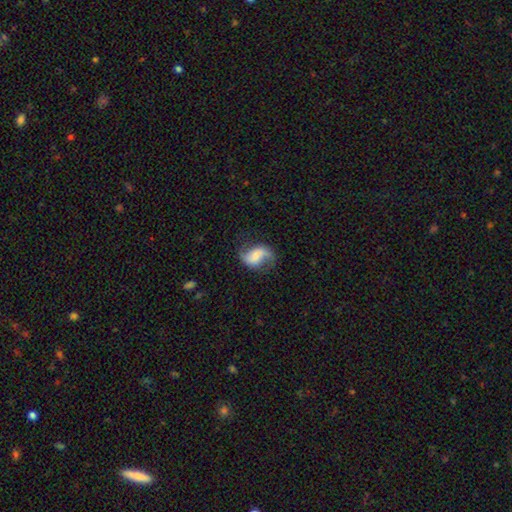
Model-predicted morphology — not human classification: Smooth or featured?
  - featured or disk: 71% *
  - smooth: 22%
  - star or artifact: 7%
Edge-on disk?
  - no: 97% *
  - yes: 3%
Bar?
  - weak: 41% *
  - no: 38%
  - strong: 21%
Spiral arms?
  - yes: 93% *
  - no: 7%
Spiral winding?
  - loose: 63% *
  - medium: 29%
  - tight: 8%
Spiral arm count?
  - 2: 87% *
  - 1: 6%
  - can't tell: 4%
  - 3: 1%
  - 4: 1%
  - more than 4: 1%
Bulge size?
  - small: 38% *
  - moderate: 32%
  - none: 18%
  - large: 10%
  - dominant: 3%
Merging?
  - none: 66% *
  - minor disturbance: 20%
  - major disturbance: 12%
  - merger: 2%